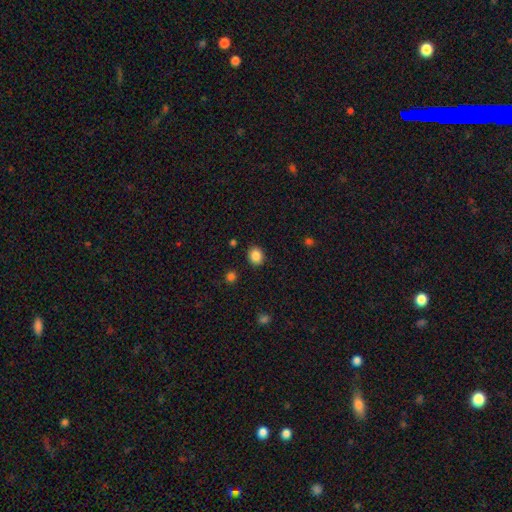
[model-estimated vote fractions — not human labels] A smooth galaxy with no disk features (86%) that is round (60%). Merging: none (88%).